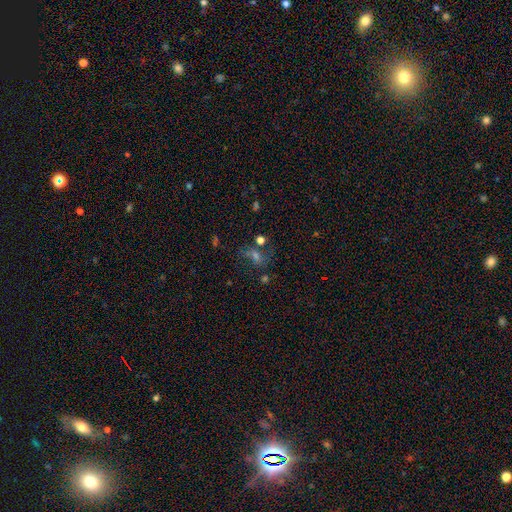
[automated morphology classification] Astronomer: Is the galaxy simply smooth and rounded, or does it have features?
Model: featured or disk — 36% (runner-up: star or artifact, 34%).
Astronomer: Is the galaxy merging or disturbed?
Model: none — 47%.